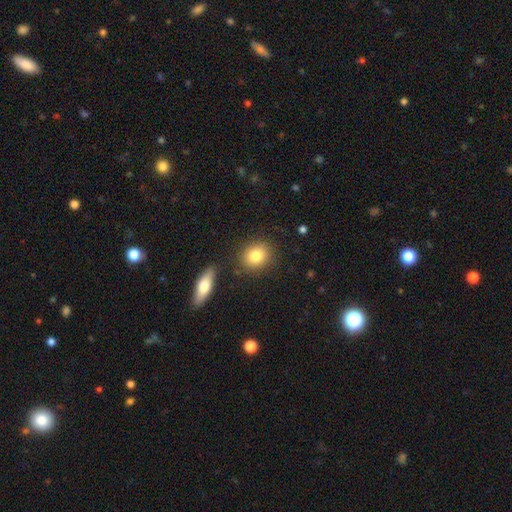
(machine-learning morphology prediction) Q: Smooth or featured?
A: smooth (81%); runner-up: featured or disk (10%)
Q: How rounded?
A: round (68%); runner-up: in between (30%)
Q: Merging?
A: none (83%); runner-up: minor disturbance (9%)